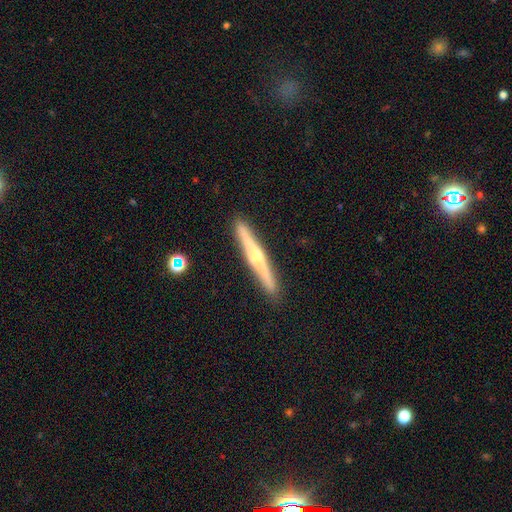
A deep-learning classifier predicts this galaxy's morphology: Smooth or featured: featured or disk — 72% (smooth — 22%)
Edge-on disk: yes — 98% (no — 2%)
Edge-on bulge: rounded — 87% (none — 8%)
Merging: none — 91% (minor disturbance — 6%)